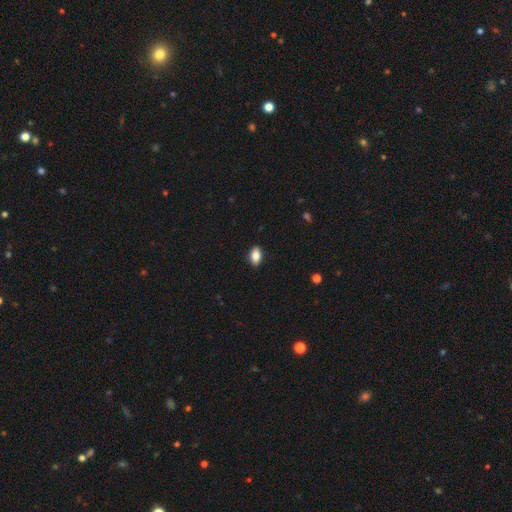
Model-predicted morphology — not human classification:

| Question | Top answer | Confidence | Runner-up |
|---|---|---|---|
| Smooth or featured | smooth | 84% | featured or disk (8%) |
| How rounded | in between | 89% | round (8%) |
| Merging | none | 89% | minor disturbance (8%) |